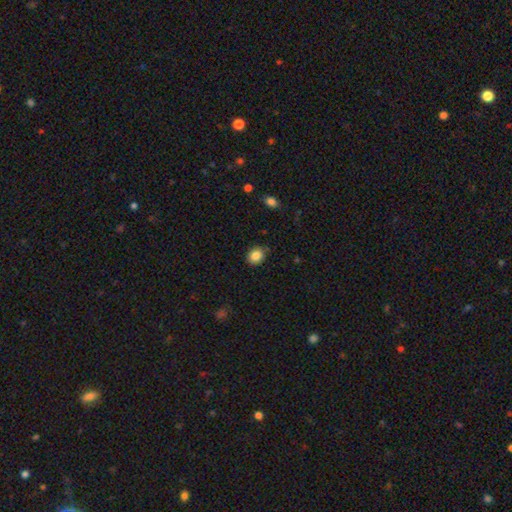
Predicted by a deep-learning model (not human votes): This is clearly a smooth galaxy (85%). How rounded: possibly round (57%). Merging: clearly none (81%).